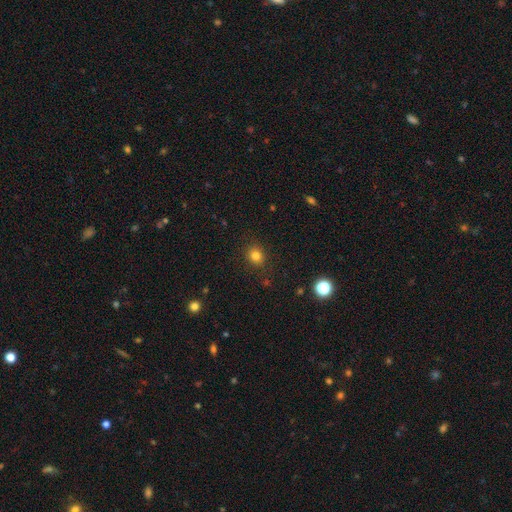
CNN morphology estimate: Smooth or featured? Predicted: smooth (p=0.81). How rounded? Predicted: round (p=0.78). Merging? Predicted: none (p=0.88).